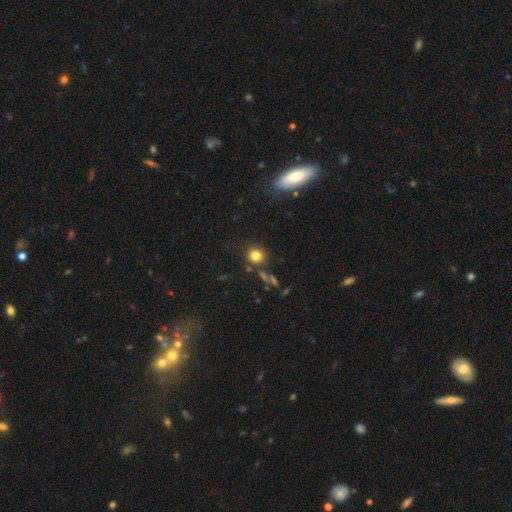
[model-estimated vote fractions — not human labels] smooth 80%, star or artifact 13%, featured or disk 7%. Down the decision tree: how rounded — round (86%); merging — none (80%).